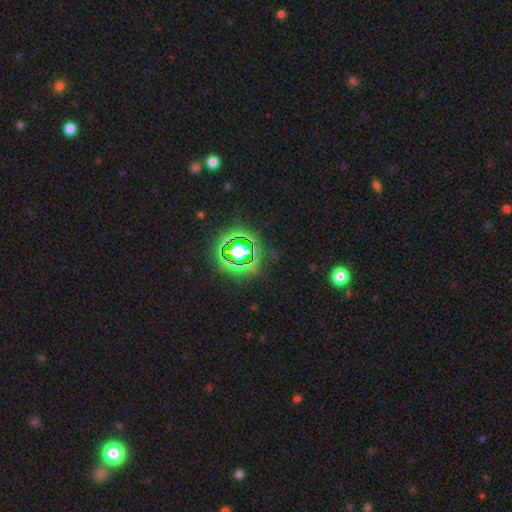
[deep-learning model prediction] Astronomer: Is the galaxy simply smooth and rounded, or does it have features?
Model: star or artifact — 81%.